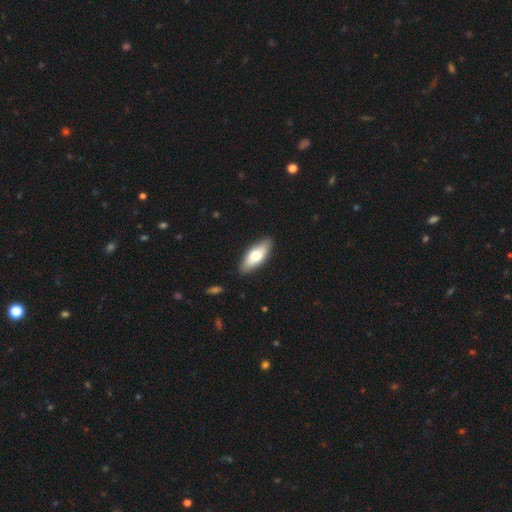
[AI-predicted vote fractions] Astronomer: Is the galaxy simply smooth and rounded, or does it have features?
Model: smooth — 68%.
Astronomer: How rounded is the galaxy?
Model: in between — 71%.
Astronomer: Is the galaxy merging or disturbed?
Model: none — 87%.